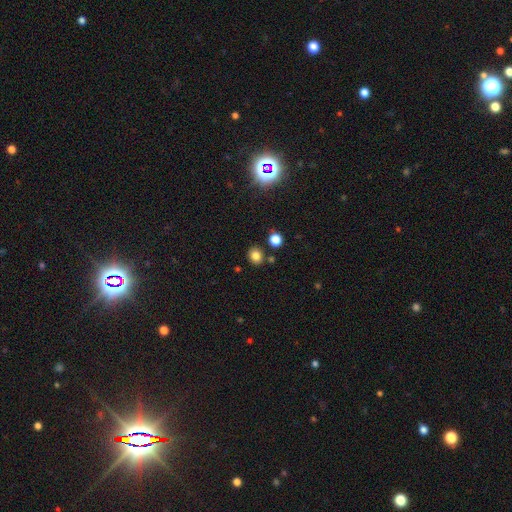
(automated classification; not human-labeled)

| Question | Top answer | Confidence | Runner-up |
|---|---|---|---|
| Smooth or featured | smooth | 80% | star or artifact (14%) |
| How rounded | round | 73% | in between (26%) |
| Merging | none | 82% | minor disturbance (8%) |